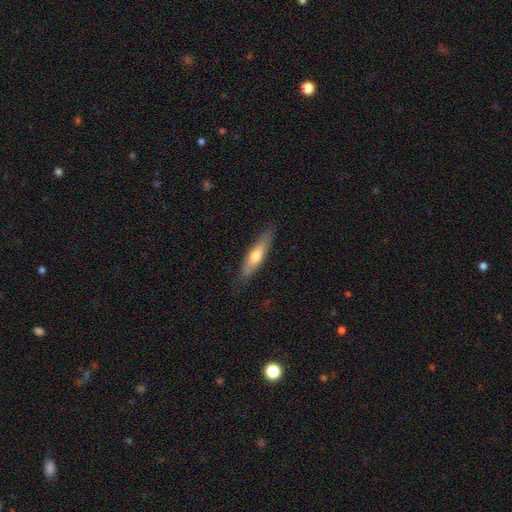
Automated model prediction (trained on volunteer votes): A smooth galaxy with no disk features (61%) that is cigar-shaped (68%). Merging: none (83%).